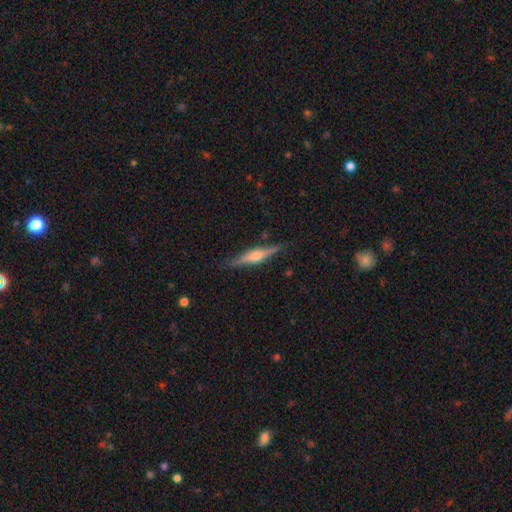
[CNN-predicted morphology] Smooth or featured: featured or disk — 71% (smooth — 23%)
Edge-on disk: yes — 97% (no — 3%)
Edge-on bulge: rounded — 85% (boxy — 10%)
Merging: none — 87% (minor disturbance — 10%)